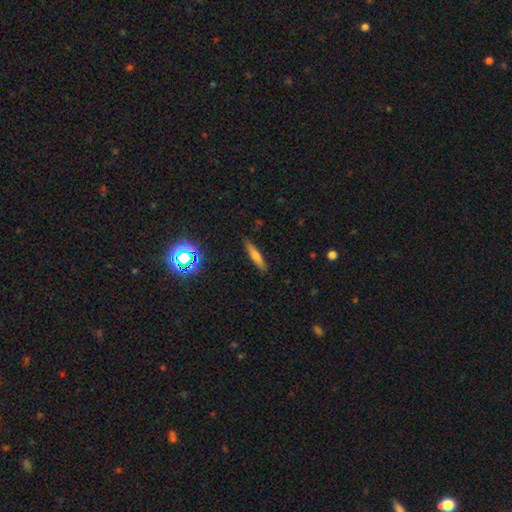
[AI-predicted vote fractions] Q: Smooth or featured?
A: smooth (66%); runner-up: featured or disk (23%)
Q: How rounded?
A: cigar-shaped (84%); runner-up: in between (14%)
Q: Merging?
A: none (87%); runner-up: minor disturbance (9%)